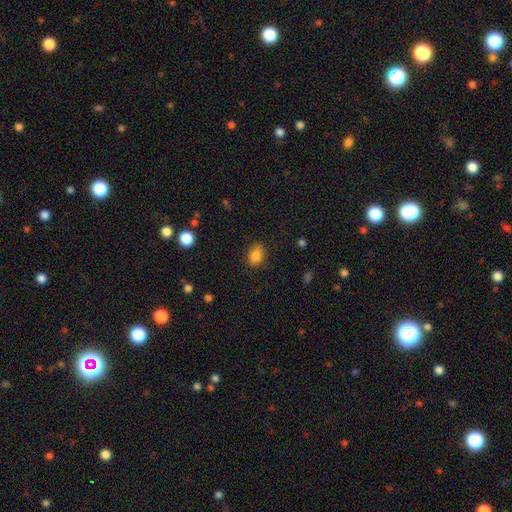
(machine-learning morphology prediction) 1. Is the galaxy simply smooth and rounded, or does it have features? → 85% smooth, 10% star or artifact, 5% featured or disk.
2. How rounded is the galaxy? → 67% in between, 32% round, 1% cigar-shaped.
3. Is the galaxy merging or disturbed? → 77% none, 17% minor disturbance, 4% major disturbance, 1% merger.